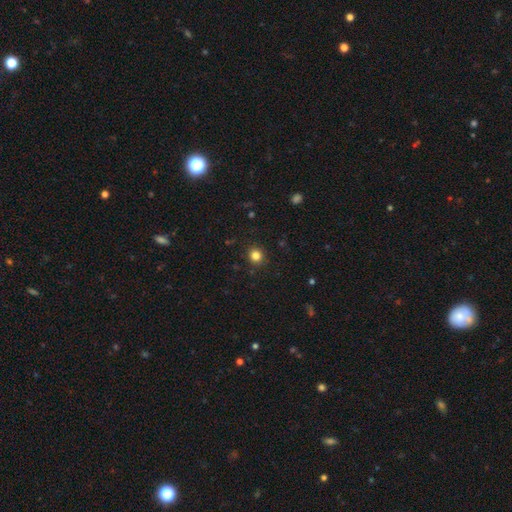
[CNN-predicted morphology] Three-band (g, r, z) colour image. It shows a smooth galaxy with no disk features (82%) that is round (90%). Merging: none (90%).